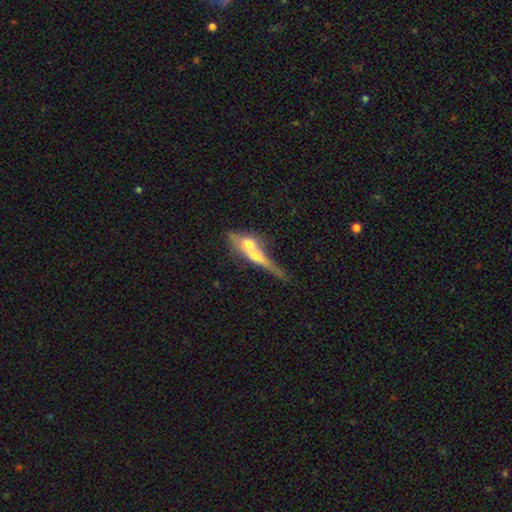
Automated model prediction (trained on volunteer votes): A featured or disk galaxy (50%). Merging: merger (43%).